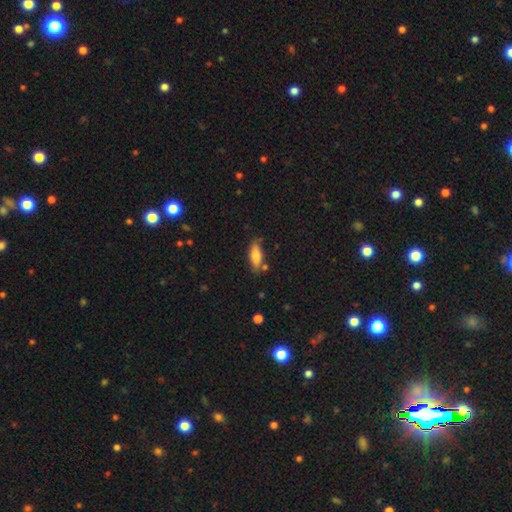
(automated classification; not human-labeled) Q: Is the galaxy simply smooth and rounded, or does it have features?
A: smooth — 73%.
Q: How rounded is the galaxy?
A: in between — 65%.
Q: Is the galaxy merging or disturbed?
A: none — 74%.